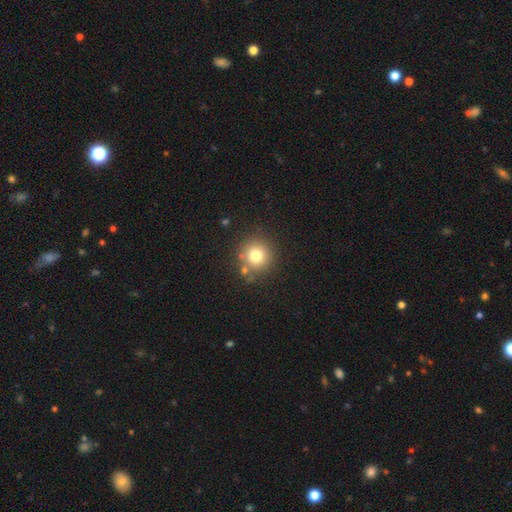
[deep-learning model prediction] smooth-or-featured: smooth: 76% | star or artifact: 13% | featured or disk: 11%
  how-rounded: round: 94% | in between: 5% | cigar-shaped: 1%
  merging: none: 80% | minor disturbance: 9% | merger: 8% | major disturbance: 3%